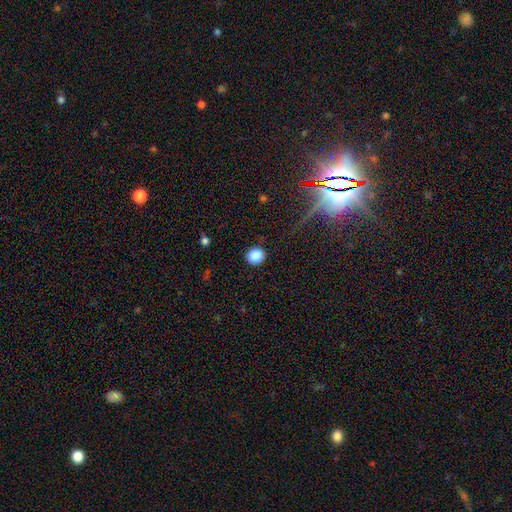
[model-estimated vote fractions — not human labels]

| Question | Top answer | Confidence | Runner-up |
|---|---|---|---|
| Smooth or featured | smooth | 87% | star or artifact (10%) |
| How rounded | round | 78% | in between (21%) |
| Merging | none | 87% | minor disturbance (9%) |